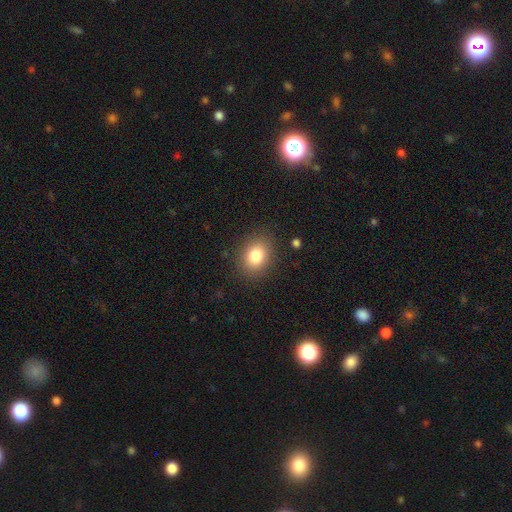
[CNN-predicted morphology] Q: Smooth or featured?
A: smooth (81%); runner-up: star or artifact (10%)
Q: How rounded?
A: in between (52%); runner-up: round (47%)
Q: Merging?
A: none (86%); runner-up: minor disturbance (9%)